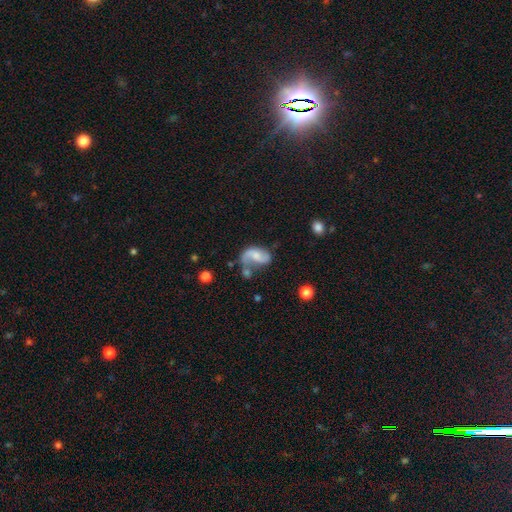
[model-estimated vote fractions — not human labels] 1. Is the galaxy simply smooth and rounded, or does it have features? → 68% featured or disk, 25% smooth, 8% star or artifact.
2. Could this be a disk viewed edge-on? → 97% no, 3% yes.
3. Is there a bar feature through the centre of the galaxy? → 52% no, 37% weak, 11% strong.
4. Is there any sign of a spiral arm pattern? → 89% yes, 11% no.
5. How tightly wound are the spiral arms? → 61% loose, 30% medium, 9% tight.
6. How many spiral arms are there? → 73% 2, 20% 1, 5% can't tell, 1% 3, 1% 4, 1% more than 4.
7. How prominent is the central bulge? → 39% small, 35% moderate, 18% none, 6% large, 2% dominant.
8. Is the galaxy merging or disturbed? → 36% none, 23% minor disturbance, 22% major disturbance, 19% merger.